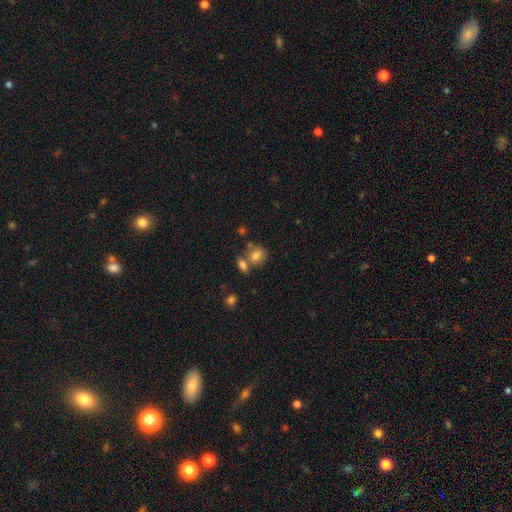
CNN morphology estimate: smooth_or_featured: smooth (p=0.79) [alt: featured or disk p=0.11]
how_rounded: round (p=0.51) [alt: in between p=0.48]
merging: none (p=0.48) [alt: merger p=0.33]